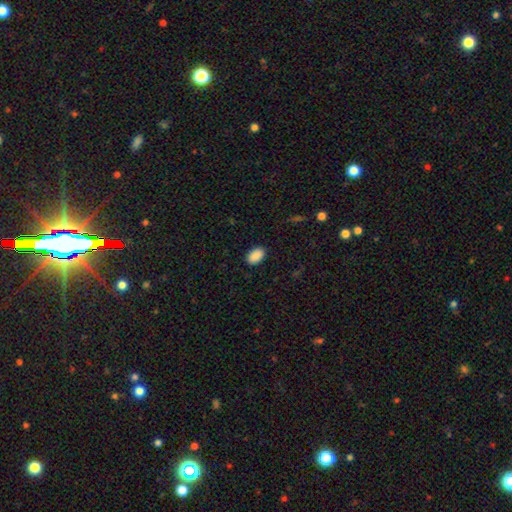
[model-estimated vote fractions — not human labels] A smooth galaxy with no disk features (90%) that is in between round and cigar-shaped (89%). Merging: none (89%).